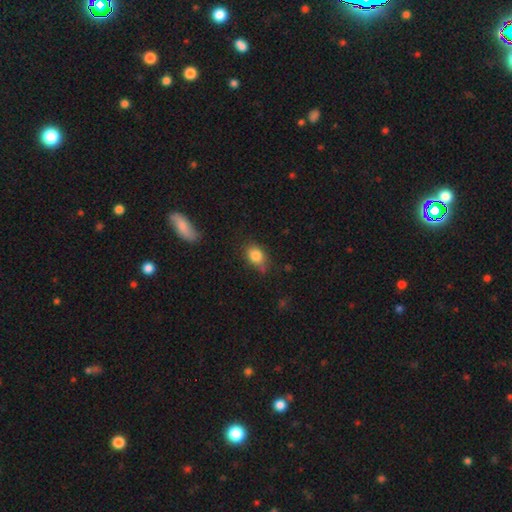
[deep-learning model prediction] smooth-or-featured: smooth: 83% | star or artifact: 9% | featured or disk: 7%
  how-rounded: in between: 64% | round: 34% | cigar-shaped: 2%
  merging: none: 65% | minor disturbance: 26% | major disturbance: 6% | merger: 4%